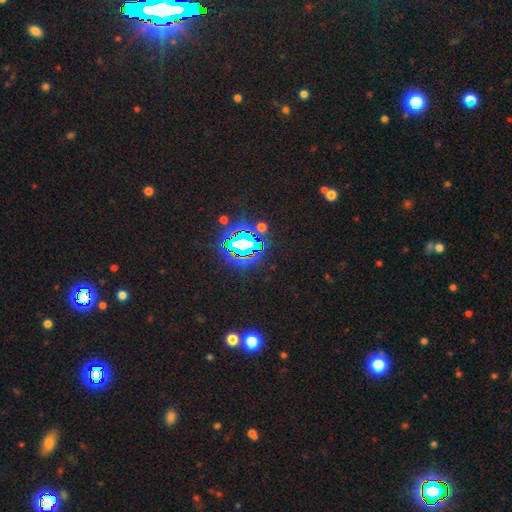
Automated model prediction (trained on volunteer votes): The model was most divided on "smooth or featured": star or artifact: 84%, smooth: 9%, featured or disk: 7%.